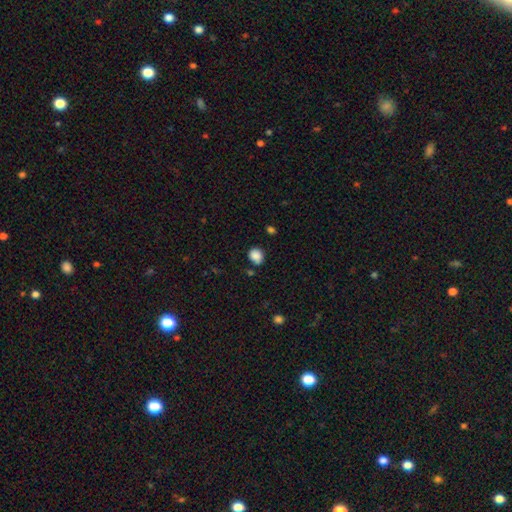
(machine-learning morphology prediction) This appears to be a smooth galaxy with no disk features (86%) that is round (63%). Merging: none (70%).